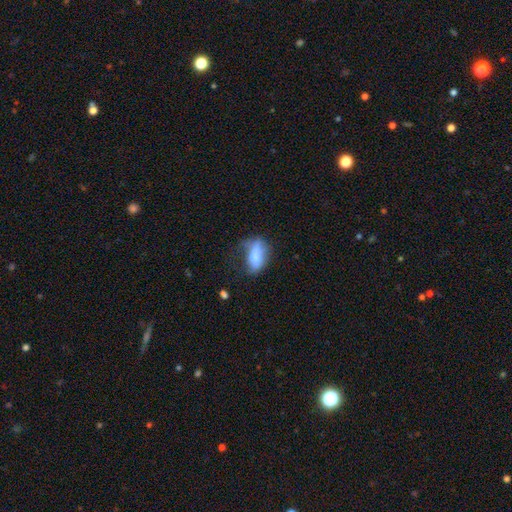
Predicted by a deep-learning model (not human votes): The model was most divided on "merging": none: 35%, minor disturbance: 34%, major disturbance: 27%, merger: 4%. More confident: how rounded — in between (86%); smooth or featured — smooth (70%).